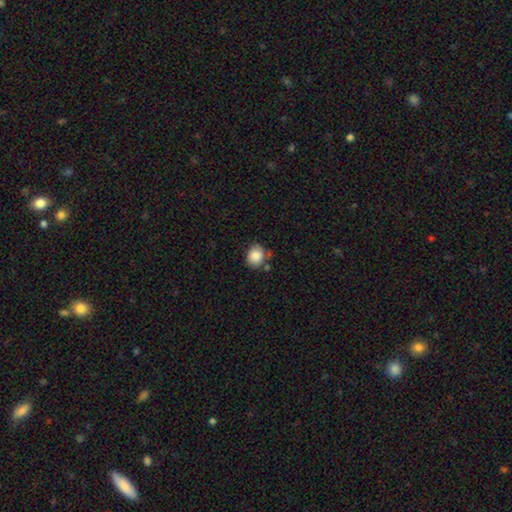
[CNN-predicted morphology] type=smooth (86%); roundness=round (71%); merging=none (67%).